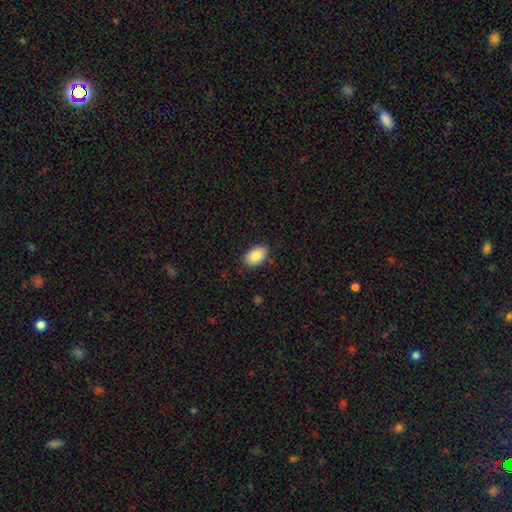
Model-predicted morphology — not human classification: smooth 87%, star or artifact 7%, featured or disk 6%. Down the decision tree: how rounded — in between (91%); merging — none (85%).